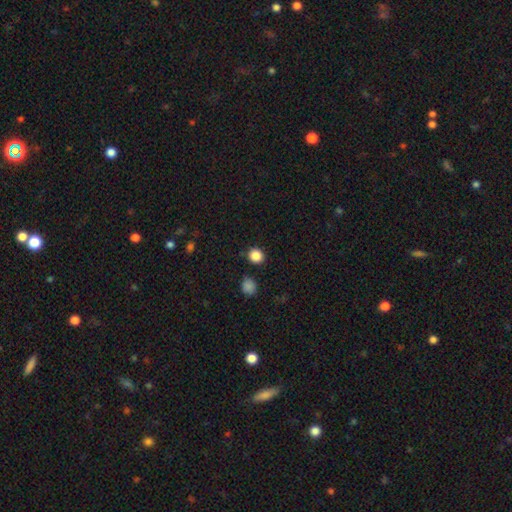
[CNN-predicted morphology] Overall: smooth (86%). How rounded: round (86%). Merging: none (87%).